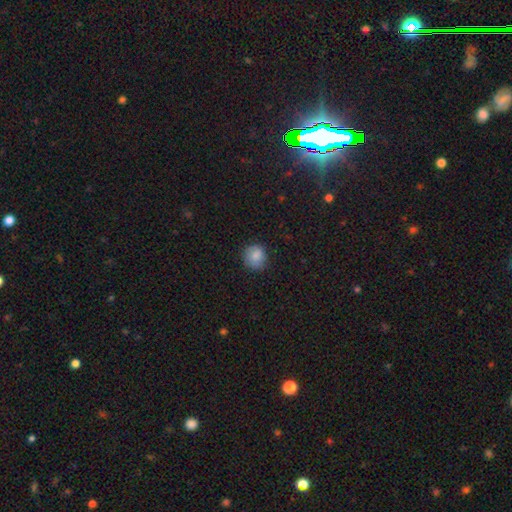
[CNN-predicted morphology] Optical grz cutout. It shows a smooth galaxy with no disk features (86%) that is round (88%). Merging: none (83%).